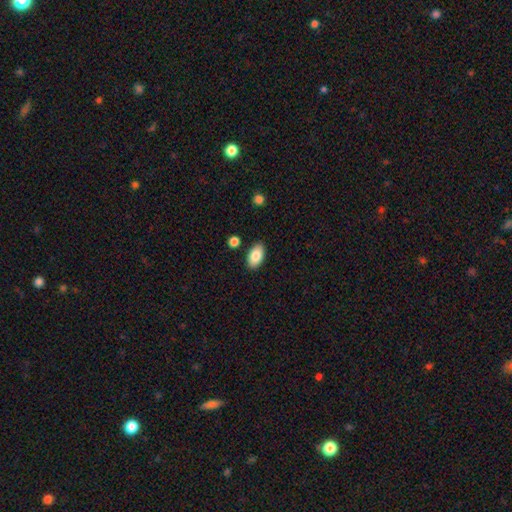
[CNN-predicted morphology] smooth 85%, featured or disk 8%, star or artifact 7%. Down the decision tree: how rounded — in between (94%); merging — none (87%).